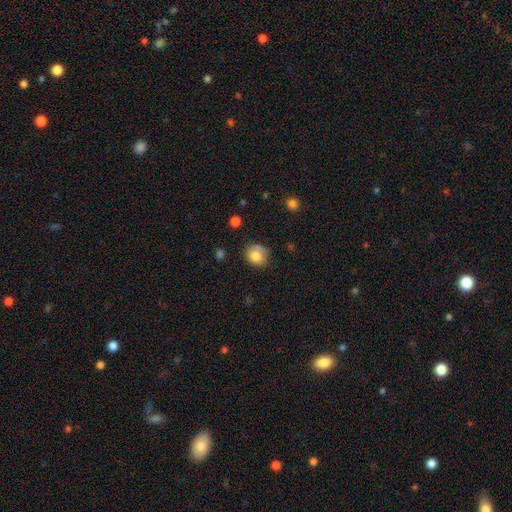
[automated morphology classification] Q: Smooth or featured?
A: smooth (78%); runner-up: featured or disk (13%)
Q: How rounded?
A: round (72%); runner-up: in between (27%)
Q: Merging?
A: none (60%); runner-up: minor disturbance (27%)